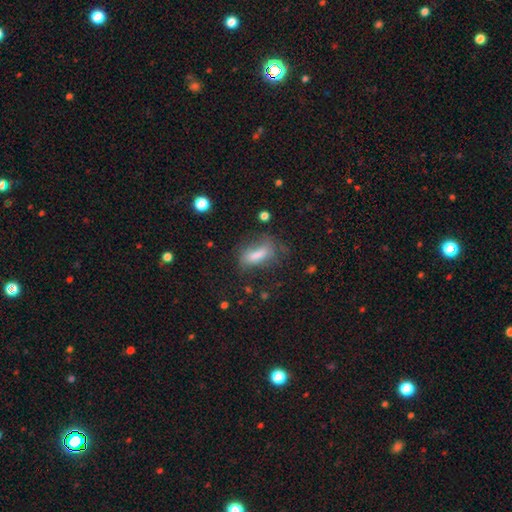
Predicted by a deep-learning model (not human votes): This appears to be a smooth galaxy with no disk features (69%) that is in between round and cigar-shaped (69%). Merging: none (46%).